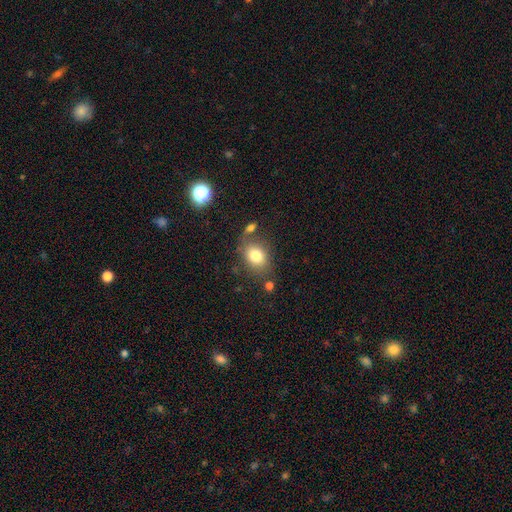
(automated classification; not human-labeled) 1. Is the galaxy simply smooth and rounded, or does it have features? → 79% smooth, 11% featured or disk, 10% star or artifact.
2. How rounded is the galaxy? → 64% in between, 35% round, 1% cigar-shaped.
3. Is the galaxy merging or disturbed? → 66% none, 16% minor disturbance, 11% merger, 6% major disturbance.